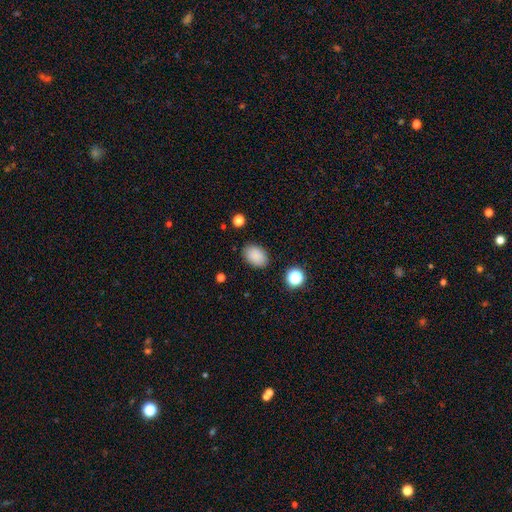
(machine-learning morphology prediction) smooth-or-featured: smooth: 87% | star or artifact: 9% | featured or disk: 4%
  how-rounded: in between: 83% | round: 16% | cigar-shaped: 1%
  merging: none: 86% | minor disturbance: 10% | major disturbance: 3% | merger: 2%